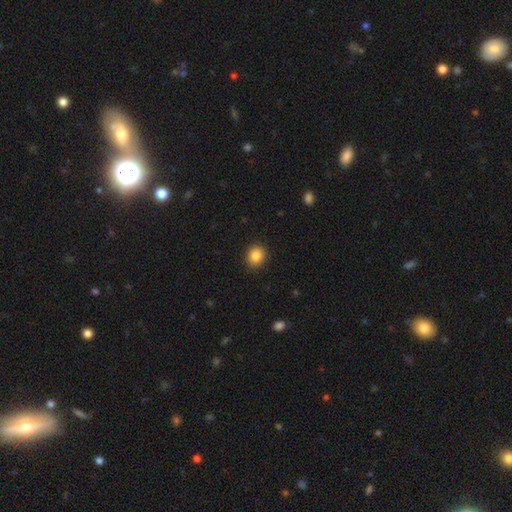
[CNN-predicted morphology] Smooth or featured? Predicted: smooth (p=0.86). How rounded? Predicted: round (p=0.76). Merging? Predicted: none (p=0.91).